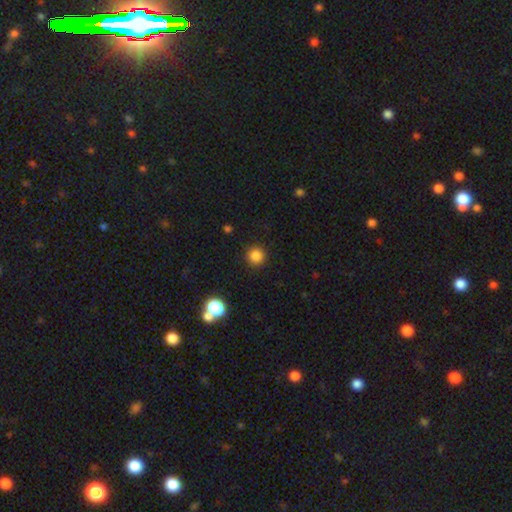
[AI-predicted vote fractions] smooth-or-featured: smooth: 84% | star or artifact: 12% | featured or disk: 4%
  how-rounded: round: 94% | in between: 5% | cigar-shaped: 1%
  merging: none: 90% | minor disturbance: 6% | major disturbance: 2% | merger: 2%